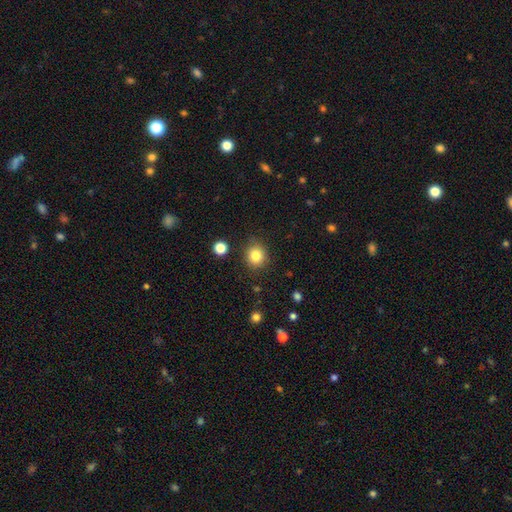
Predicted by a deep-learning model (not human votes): Morphology: type=smooth (83%); roundness=round (85%); merging=none (86%).